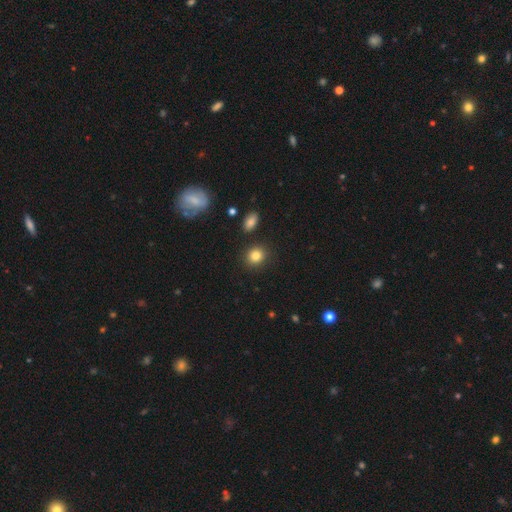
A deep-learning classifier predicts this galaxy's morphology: Overall: smooth (84%). How rounded: round (73%). Merging: none (87%).